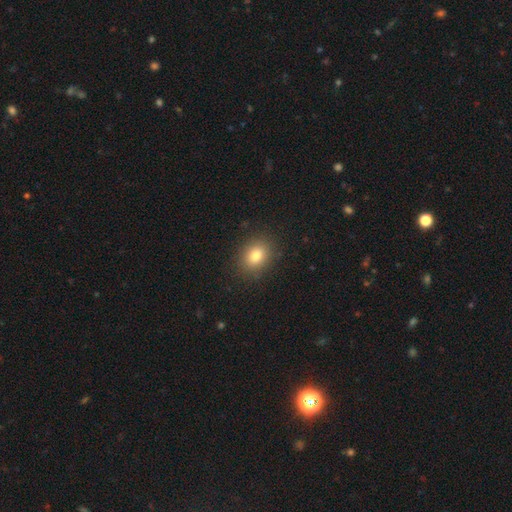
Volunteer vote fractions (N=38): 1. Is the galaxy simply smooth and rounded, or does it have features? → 87% smooth, 8% star or artifact, 5% featured or disk.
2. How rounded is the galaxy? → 55% in between, 45% round, 0% cigar-shaped.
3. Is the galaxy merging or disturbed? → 83% none, 11% minor disturbance, 3% major disturbance, 3% merger.